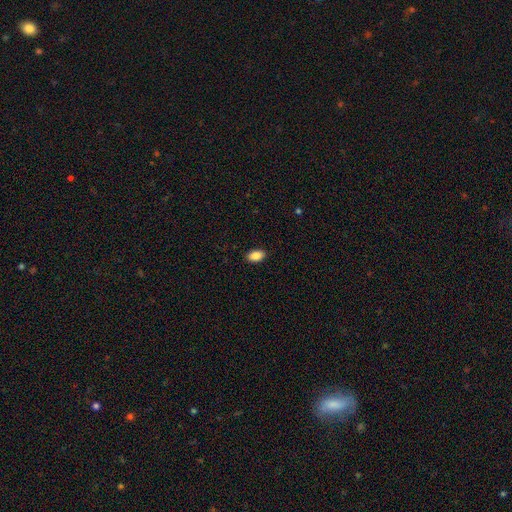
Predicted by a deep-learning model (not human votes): smooth 89%, star or artifact 8%, featured or disk 4%. Down the decision tree: how rounded — in between (92%); merging — none (90%).